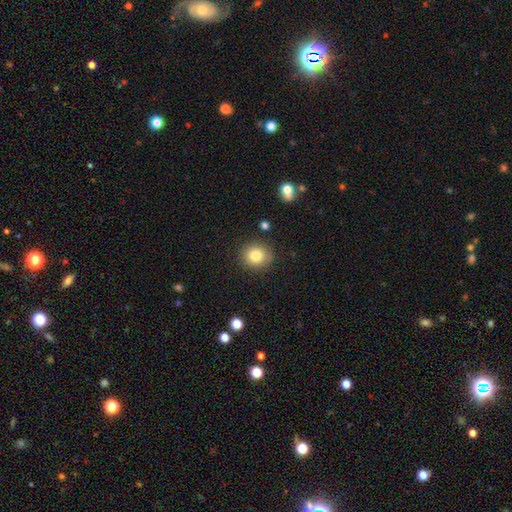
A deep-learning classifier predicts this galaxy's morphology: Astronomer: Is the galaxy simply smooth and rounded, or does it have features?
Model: smooth — 81%.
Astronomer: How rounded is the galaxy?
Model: round — 84%.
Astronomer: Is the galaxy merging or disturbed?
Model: none — 86%.